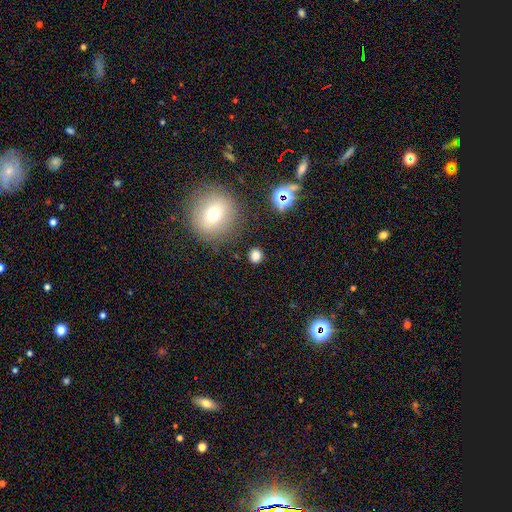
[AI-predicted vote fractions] Smooth or featured?
  - smooth: 75% *
  - star or artifact: 19%
  - featured or disk: 5%
How rounded?
  - round: 81% *
  - in between: 17%
  - cigar-shaped: 1%
Merging?
  - none: 87% *
  - minor disturbance: 8%
  - major disturbance: 3%
  - merger: 2%